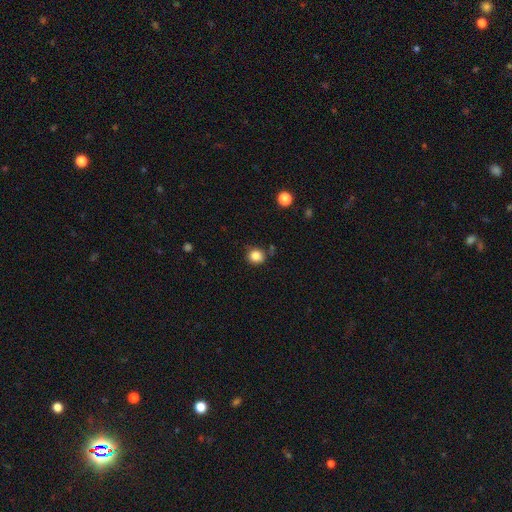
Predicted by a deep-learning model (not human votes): Smooth or featured?
  - smooth: 84% *
  - star or artifact: 11%
  - featured or disk: 5%
How rounded?
  - round: 84% *
  - in between: 15%
  - cigar-shaped: 1%
Merging?
  - none: 80% *
  - minor disturbance: 13%
  - merger: 4%
  - major disturbance: 3%